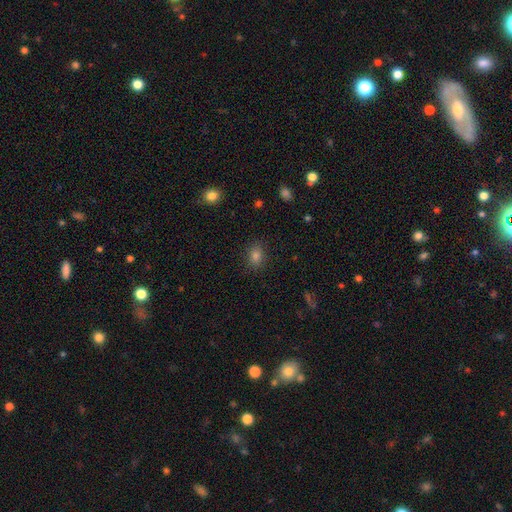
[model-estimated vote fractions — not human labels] Overall: smooth (79%). How rounded: in between (57%; round 42%). Merging: none (87%).